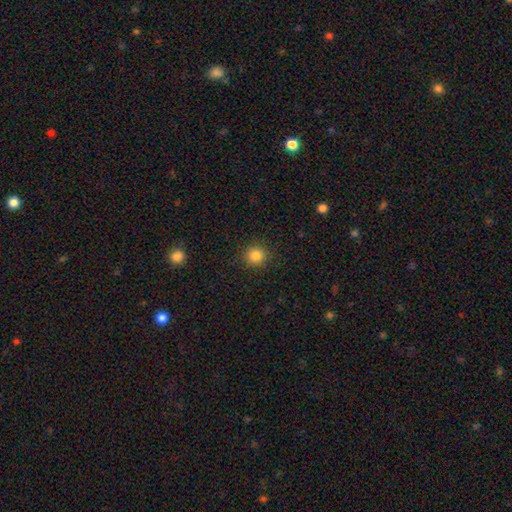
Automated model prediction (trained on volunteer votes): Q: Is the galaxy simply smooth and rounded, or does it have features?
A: smooth — 83%.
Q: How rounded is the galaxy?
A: round — 93%.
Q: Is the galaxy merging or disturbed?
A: none — 91%.